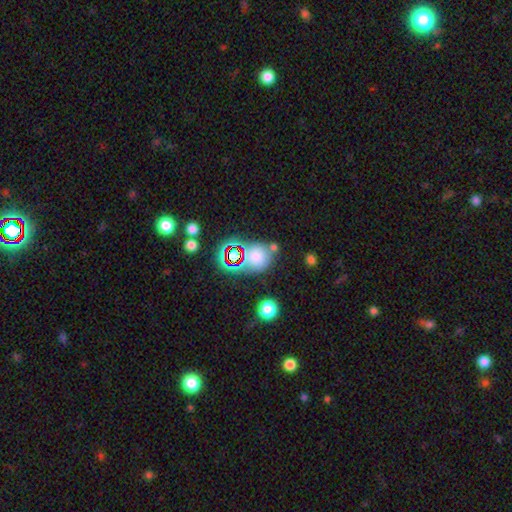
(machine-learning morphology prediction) Overall: smooth (62%; star or artifact 27%). How rounded: round (73%). Merging: none (60%).